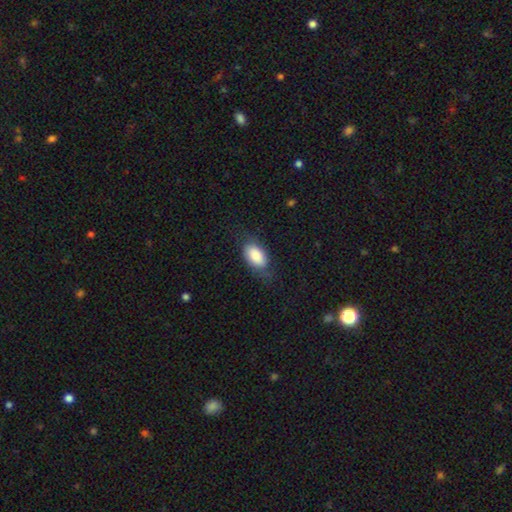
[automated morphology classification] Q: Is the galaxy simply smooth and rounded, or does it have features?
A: smooth — 83%.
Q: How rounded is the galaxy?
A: in between — 93%.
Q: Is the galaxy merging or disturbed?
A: none — 68%.